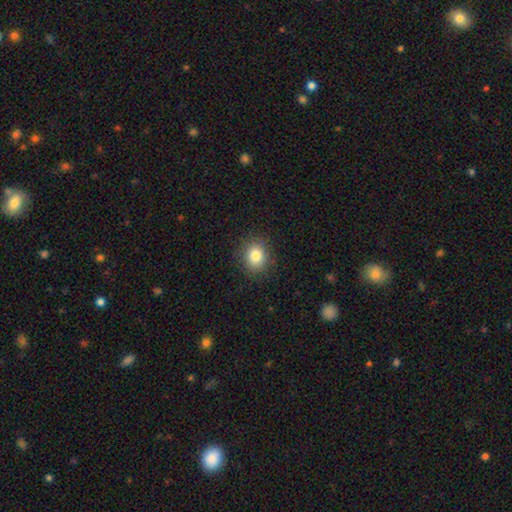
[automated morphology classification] This is clearly a smooth galaxy (83%). How rounded: likely round (72%). Merging: clearly none (88%).